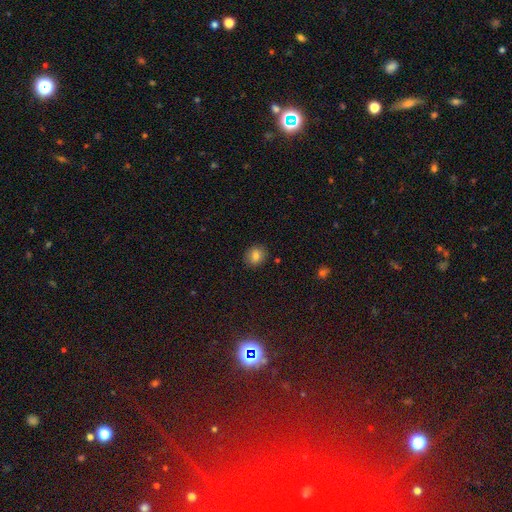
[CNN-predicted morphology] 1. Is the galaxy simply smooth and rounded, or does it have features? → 81% smooth, 11% star or artifact, 8% featured or disk.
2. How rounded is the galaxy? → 73% round, 26% in between, 1% cigar-shaped.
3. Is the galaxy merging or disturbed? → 88% none, 9% minor disturbance, 2% major disturbance, 1% merger.